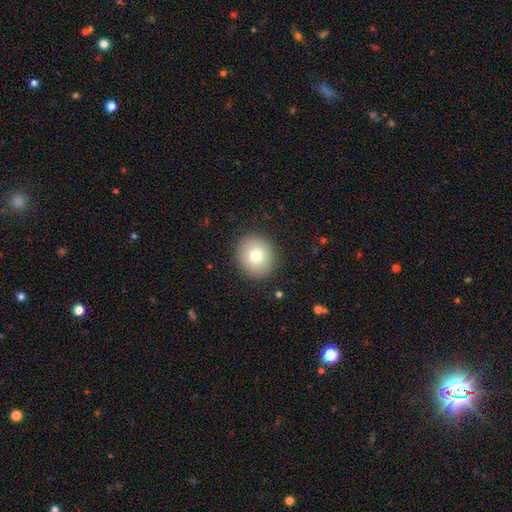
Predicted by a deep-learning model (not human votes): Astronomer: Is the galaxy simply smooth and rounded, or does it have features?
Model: smooth — 76%.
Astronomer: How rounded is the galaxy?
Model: round — 87%.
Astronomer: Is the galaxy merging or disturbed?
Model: none — 90%.